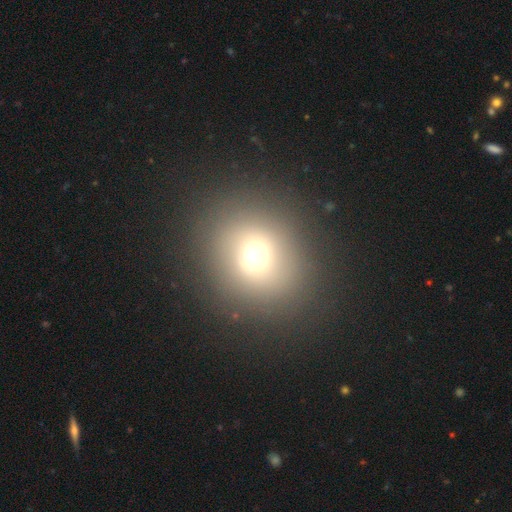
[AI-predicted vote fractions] A smooth galaxy with no disk features (66%) that is round (79%). Merging: none (86%).